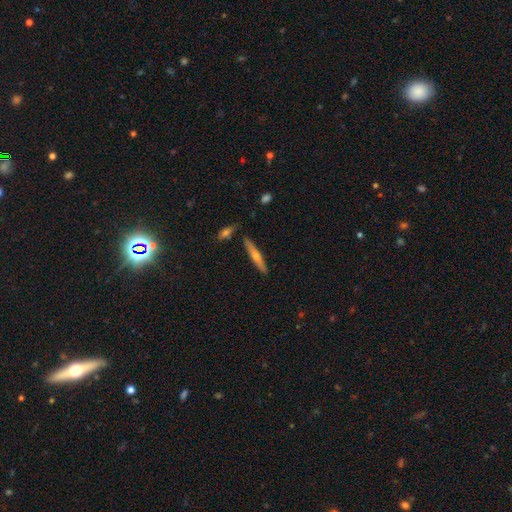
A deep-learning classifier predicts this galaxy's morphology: Smooth or featured? featured or disk (54%)
Edge-on disk? yes (94%)
Edge-on bulge? rounded (84%)
Merging? none (86%)